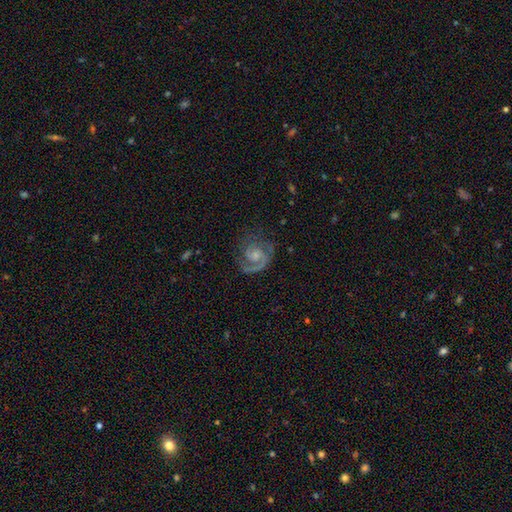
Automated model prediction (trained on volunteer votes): A featured or disk galaxy (87%) with no bar (60%), 2 (65%) medium (45%) spiral arms (97%) and a small central bulge (46%).

Vote fractions:
- Smooth or featured? featured or disk: 87% / smooth: 8% / star or artifact: 5%
- Edge-on disk? no: 98% / yes: 2%
- Bar? no: 60% / weak: 34% / strong: 6%
- Spiral arms? yes: 97% / no: 3%
- Spiral winding? medium: 45% / tight: 44% / loose: 11%
- Spiral arm count? 2: 65% / 1: 22% / 3: 6% / can't tell: 5% / 4: 2% / more than 4: 1%
- Bulge size? small: 46% / moderate: 30% / none: 20% / large: 4% / dominant: 1%
- Merging? none: 68% / minor disturbance: 18% / major disturbance: 12% / merger: 2%